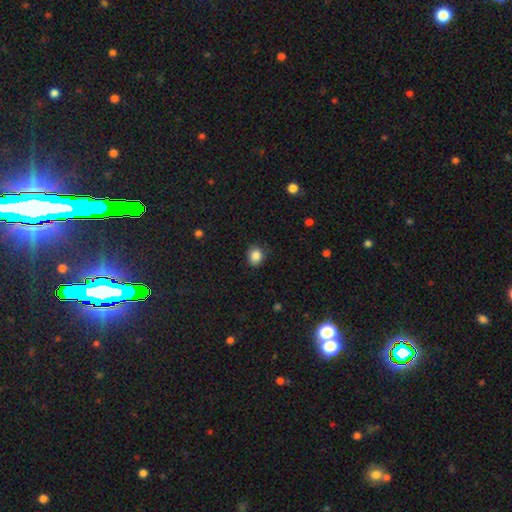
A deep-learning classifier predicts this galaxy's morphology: Q: Smooth or featured?
A: smooth (86%); runner-up: star or artifact (10%)
Q: How rounded?
A: round (67%); runner-up: in between (32%)
Q: Merging?
A: none (79%); runner-up: minor disturbance (16%)